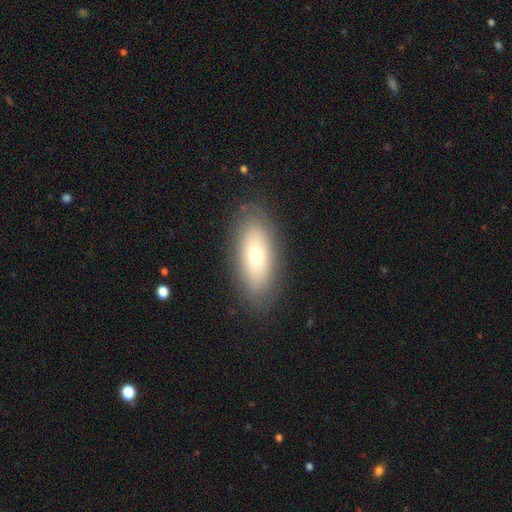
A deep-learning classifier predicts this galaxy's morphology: Q: Smooth or featured?
A: smooth (64%); runner-up: featured or disk (28%)
Q: How rounded?
A: in between (84%); runner-up: cigar-shaped (12%)
Q: Merging?
A: none (85%); runner-up: minor disturbance (10%)